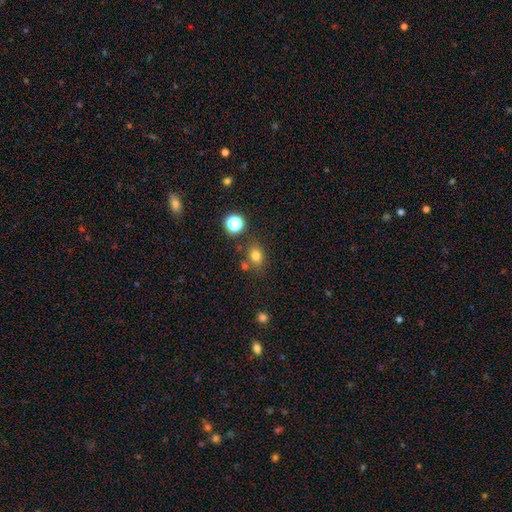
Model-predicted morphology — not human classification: smooth 77%, star or artifact 15%, featured or disk 7%. Down the decision tree: how rounded — in between (52%); merging — none (72%).